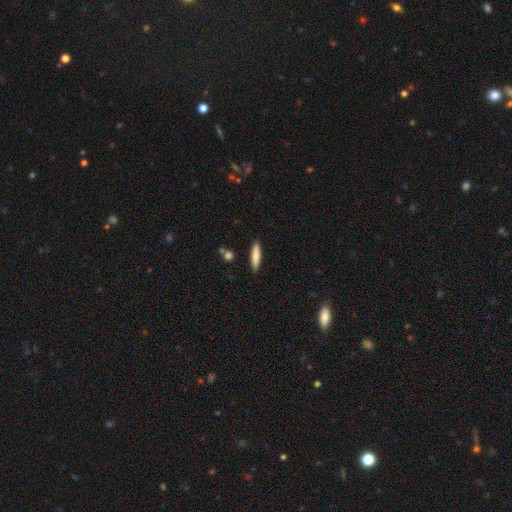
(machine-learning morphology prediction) smooth_or_featured: smooth (p=0.81) [alt: featured or disk p=0.13]
how_rounded: cigar-shaped (p=0.84) [alt: in between p=0.14]
merging: none (p=0.89) [alt: minor disturbance p=0.08]